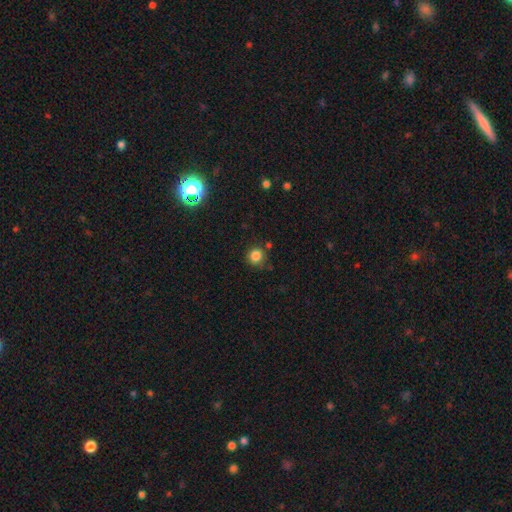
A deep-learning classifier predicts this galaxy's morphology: smooth 83%, star or artifact 12%, featured or disk 5%. Down the decision tree: how rounded — round (91%); merging — none (80%).